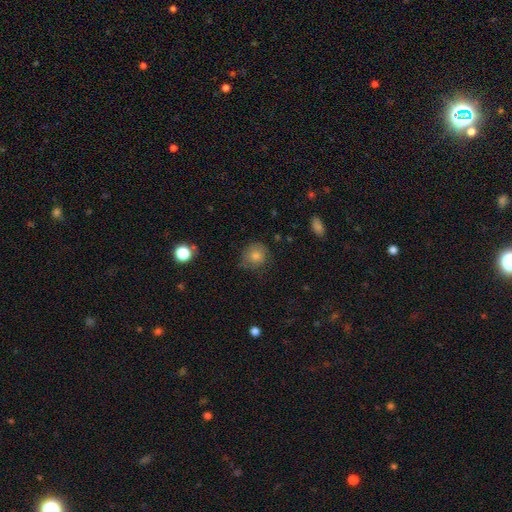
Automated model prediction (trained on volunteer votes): Q: Smooth or featured?
A: smooth (69%); runner-up: featured or disk (19%)
Q: How rounded?
A: round (84%); runner-up: in between (15%)
Q: Merging?
A: none (69%); runner-up: minor disturbance (22%)